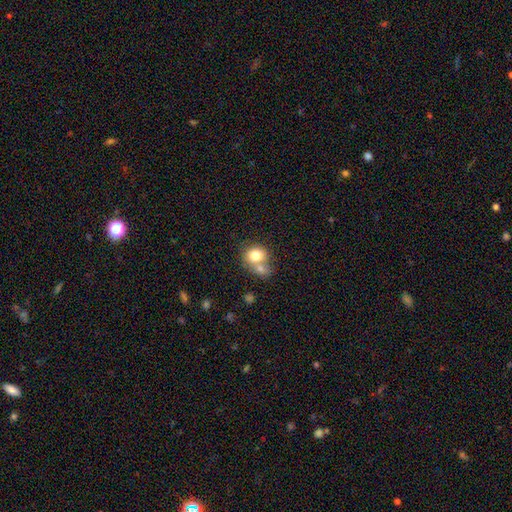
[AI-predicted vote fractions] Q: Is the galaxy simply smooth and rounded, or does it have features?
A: smooth — 77%.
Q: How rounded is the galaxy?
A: round — 68%.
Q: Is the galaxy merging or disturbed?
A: merger — 49%.